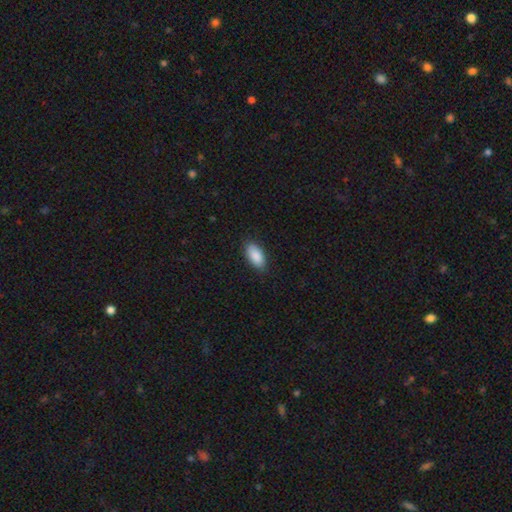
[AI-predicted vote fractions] Q: Smooth or featured?
A: smooth (89%); runner-up: star or artifact (6%)
Q: How rounded?
A: in between (91%); runner-up: cigar-shaped (6%)
Q: Merging?
A: none (86%); runner-up: minor disturbance (11%)